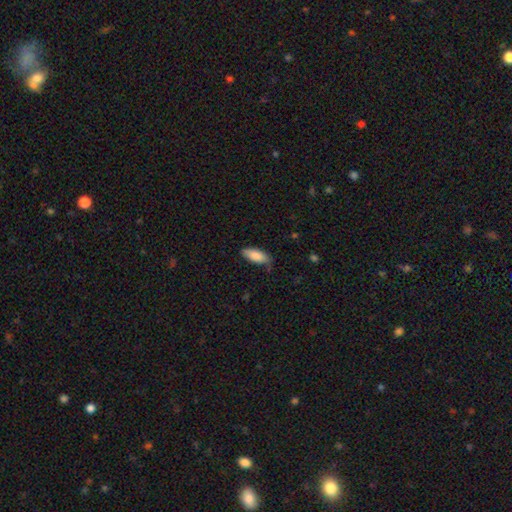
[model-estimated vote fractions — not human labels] Smooth or featured?
  - smooth: 85% *
  - featured or disk: 9%
  - star or artifact: 6%
How rounded?
  - in between: 82% *
  - cigar-shaped: 16%
  - round: 2%
Merging?
  - none: 71% *
  - minor disturbance: 24%
  - major disturbance: 4%
  - merger: 2%